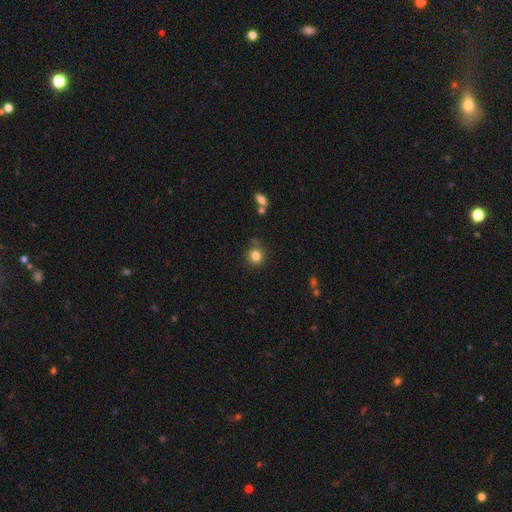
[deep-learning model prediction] A smooth galaxy with no disk features (83%) that is round (88%). Merging: none (81%).